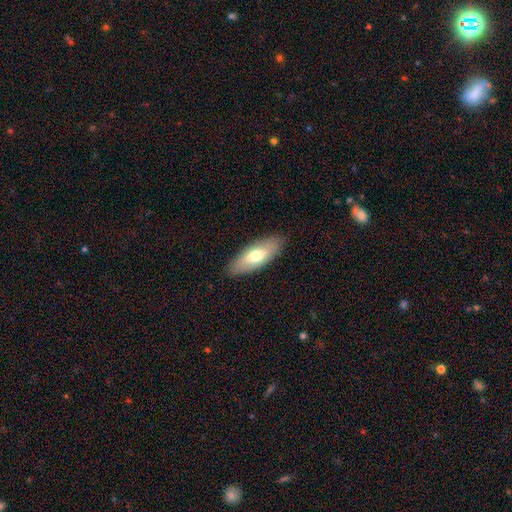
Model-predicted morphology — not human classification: A smooth galaxy with no disk features (65%) that is in between round and cigar-shaped (74%).

Vote fractions:
- Smooth or featured? smooth: 65% / featured or disk: 29% / star or artifact: 6%
- How rounded? in between: 74% / cigar-shaped: 24% / round: 2%
- Merging? none: 86% / minor disturbance: 10% / major disturbance: 2% / merger: 1%